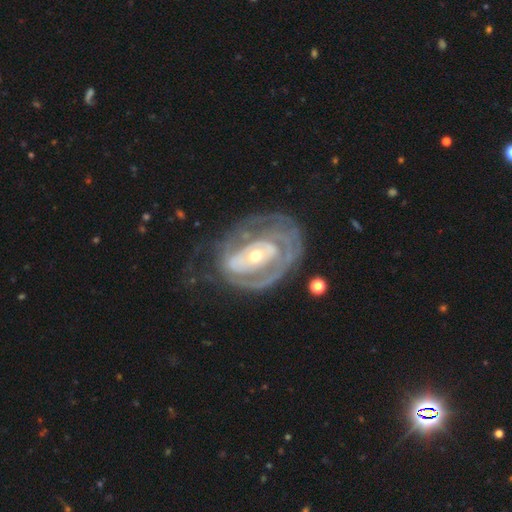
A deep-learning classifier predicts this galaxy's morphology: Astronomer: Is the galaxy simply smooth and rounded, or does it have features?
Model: featured or disk — 82%.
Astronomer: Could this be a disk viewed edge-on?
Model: no — 95%.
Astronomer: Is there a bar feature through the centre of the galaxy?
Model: no — 59%.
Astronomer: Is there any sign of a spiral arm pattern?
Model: yes — 72%.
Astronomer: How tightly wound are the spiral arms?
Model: tight — 66%.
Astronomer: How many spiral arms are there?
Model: can't tell — 41% (runner-up: 2, 26%).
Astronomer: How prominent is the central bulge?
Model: small — 49% (runner-up: moderate, 44%).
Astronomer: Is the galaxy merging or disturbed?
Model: none — 48% (runner-up: major disturbance, 27%).